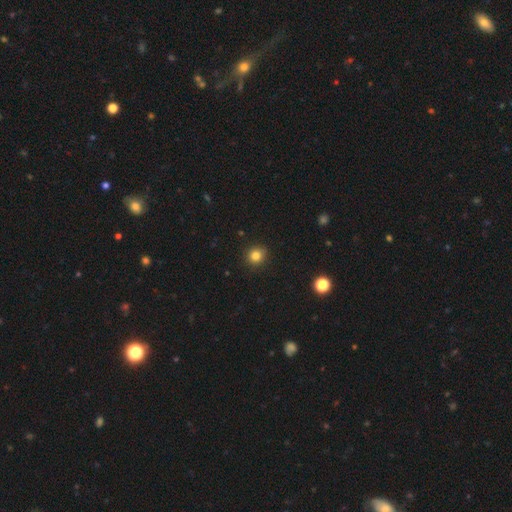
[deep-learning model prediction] A smooth galaxy with no disk features (82%) that is round (87%). Merging: none (90%).